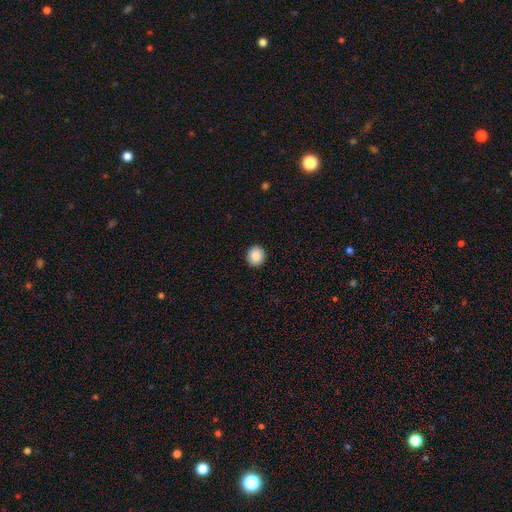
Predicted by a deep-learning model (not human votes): Smooth or featured? Predicted: smooth (p=0.86). How rounded? Predicted: round (p=0.91). Merging? Predicted: none (p=0.93).